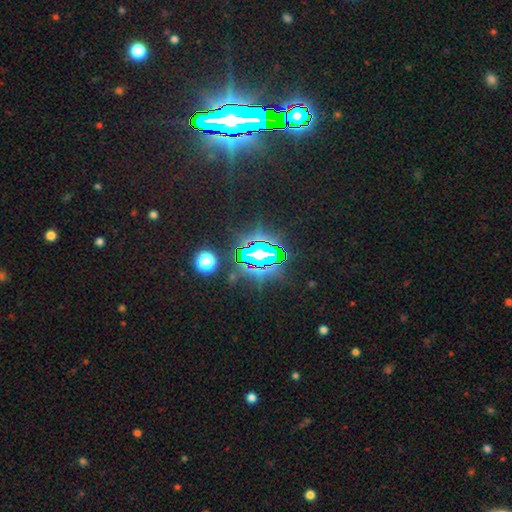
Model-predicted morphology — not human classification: A star or artifact, not a galaxy (84%).